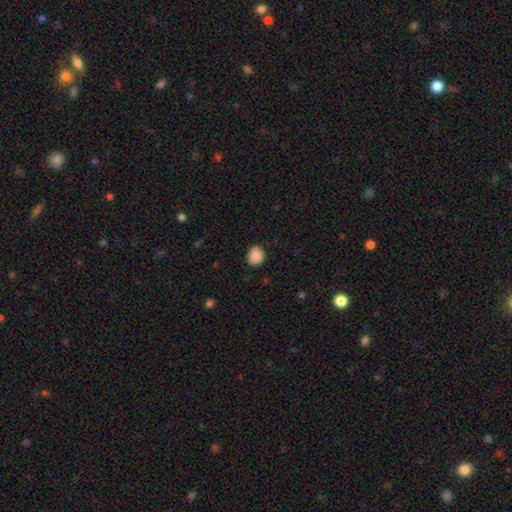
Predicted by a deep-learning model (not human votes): smooth 89%, star or artifact 8%, featured or disk 3%. Down the decision tree: how rounded — round (58%); merging — none (86%).